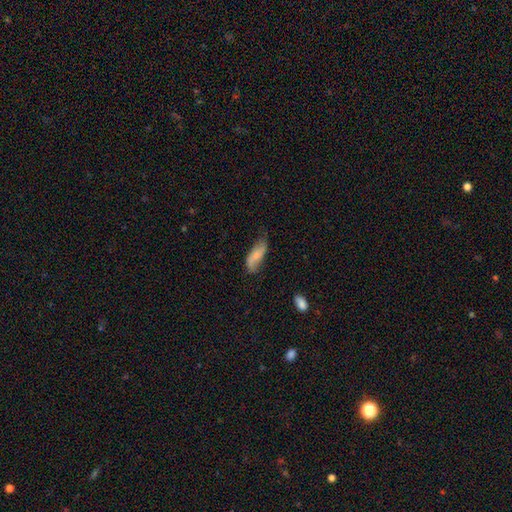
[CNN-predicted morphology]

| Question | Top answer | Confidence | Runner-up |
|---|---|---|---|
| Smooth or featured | smooth | 62% | featured or disk (31%) |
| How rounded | in between | 71% | cigar-shaped (27%) |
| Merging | none | 52% | minor disturbance (34%) |